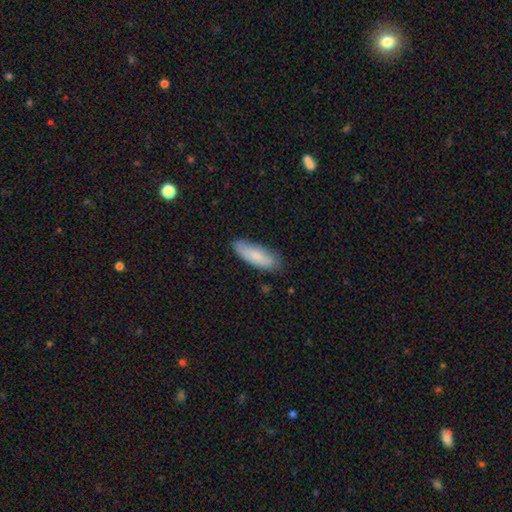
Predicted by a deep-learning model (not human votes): This appears to be a smooth galaxy with no disk features (79%) that is in between round and cigar-shaped (61%). Merging: none (77%).